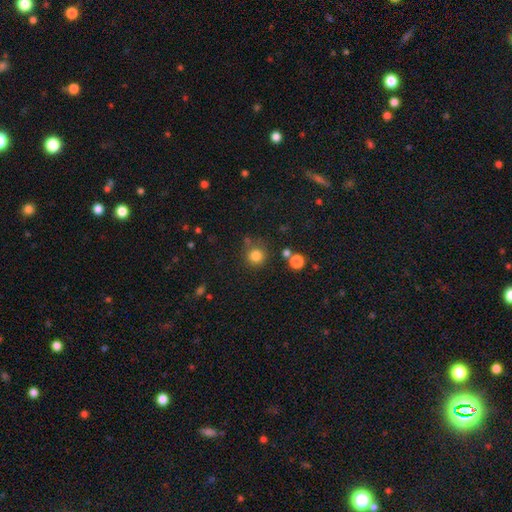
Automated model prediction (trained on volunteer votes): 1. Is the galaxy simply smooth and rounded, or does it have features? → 81% smooth, 13% star or artifact, 5% featured or disk.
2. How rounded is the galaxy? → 93% round, 6% in between, 1% cigar-shaped.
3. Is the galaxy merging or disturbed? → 77% none, 11% minor disturbance, 8% merger, 4% major disturbance.